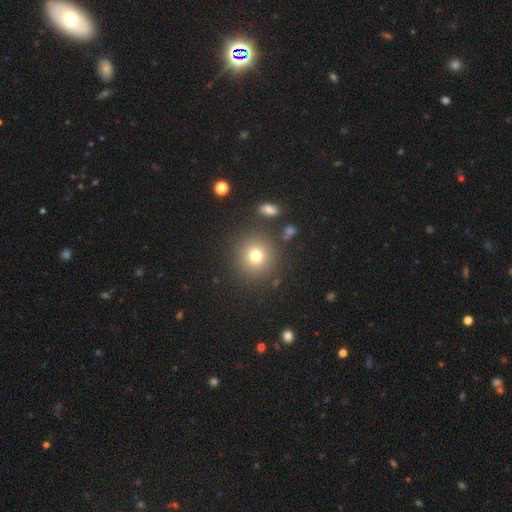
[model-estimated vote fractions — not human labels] Q: Smooth or featured?
A: smooth (75%); runner-up: star or artifact (15%)
Q: How rounded?
A: round (93%); runner-up: in between (6%)
Q: Merging?
A: none (87%); runner-up: minor disturbance (7%)